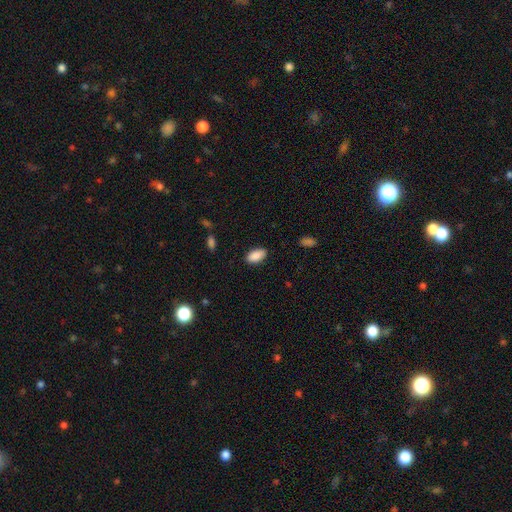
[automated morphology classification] Smooth or featured?
  - smooth: 89% *
  - star or artifact: 7%
  - featured or disk: 4%
How rounded?
  - in between: 94% *
  - cigar-shaped: 3%
  - round: 3%
Merging?
  - none: 85% *
  - minor disturbance: 11%
  - major disturbance: 3%
  - merger: 1%